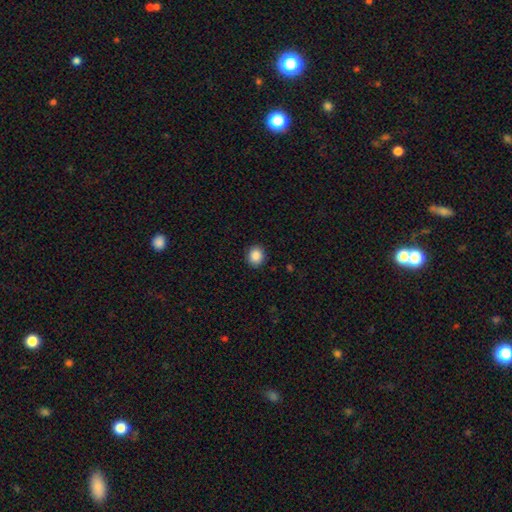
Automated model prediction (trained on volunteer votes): smooth_or_featured: smooth (p=0.88) [alt: star or artifact p=0.09]
how_rounded: round (p=0.82) [alt: in between p=0.17]
merging: none (p=0.90) [alt: minor disturbance p=0.07]